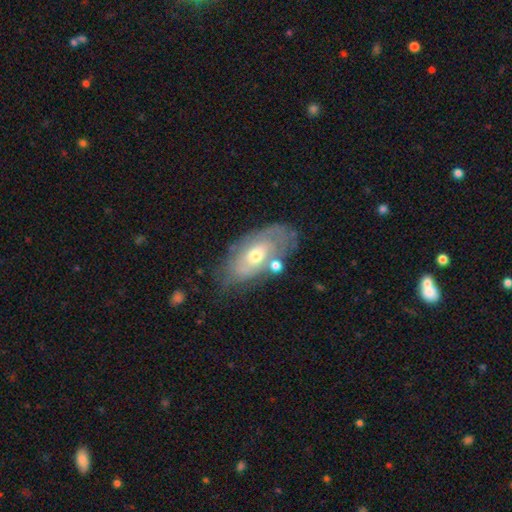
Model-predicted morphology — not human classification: A featured or disk galaxy (66%) with no bar (75%), spiral arms (66%) and a moderate central bulge (63%). Merging: none (58%).